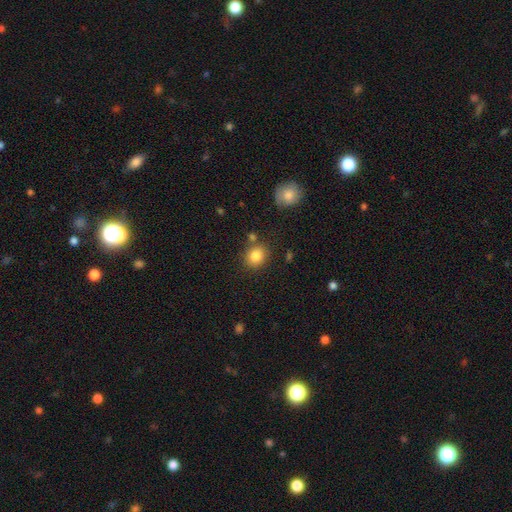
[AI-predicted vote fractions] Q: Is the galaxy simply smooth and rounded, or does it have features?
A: smooth — 84%.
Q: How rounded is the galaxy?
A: round — 65%.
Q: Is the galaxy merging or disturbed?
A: none — 78%.